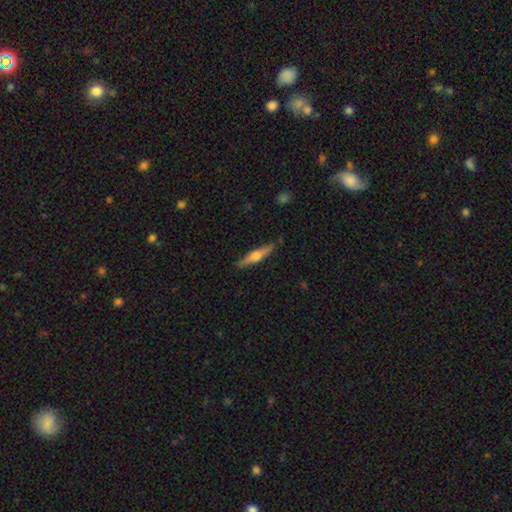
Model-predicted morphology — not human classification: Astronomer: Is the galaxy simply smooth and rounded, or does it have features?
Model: featured or disk — 58% (runner-up: smooth, 37%).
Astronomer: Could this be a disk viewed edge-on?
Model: yes — 96%.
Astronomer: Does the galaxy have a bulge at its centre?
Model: rounded — 91%.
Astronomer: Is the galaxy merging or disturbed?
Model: none — 87%.